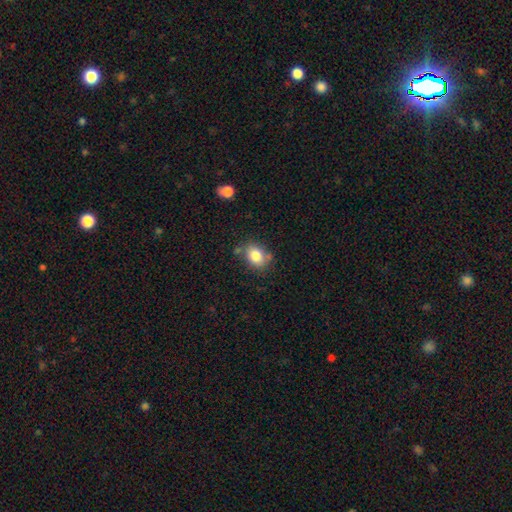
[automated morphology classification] Smooth or featured: smooth — 82% (star or artifact — 9%)
How rounded: in between — 58% (round — 41%)
Merging: none — 71% (minor disturbance — 18%)